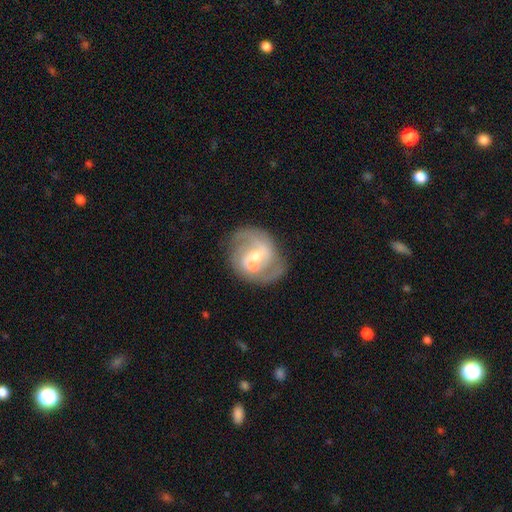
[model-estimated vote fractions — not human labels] Smooth or featured?
  - featured or disk: 78% *
  - smooth: 15%
  - star or artifact: 6%
Edge-on disk?
  - no: 98% *
  - yes: 2%
Bar?
  - no: 48% *
  - weak: 41%
  - strong: 11%
Spiral arms?
  - yes: 86% *
  - no: 14%
Spiral winding?
  - medium: 50% *
  - tight: 28%
  - loose: 23%
Spiral arm count?
  - 2: 78% *
  - can't tell: 11%
  - 1: 5%
  - 3: 4%
  - 4: 1%
  - more than 4: 1%
Bulge size?
  - moderate: 56% *
  - small: 37%
  - large: 4%
  - none: 2%
  - dominant: 1%
Merging?
  - none: 46% *
  - merger: 31%
  - minor disturbance: 15%
  - major disturbance: 8%